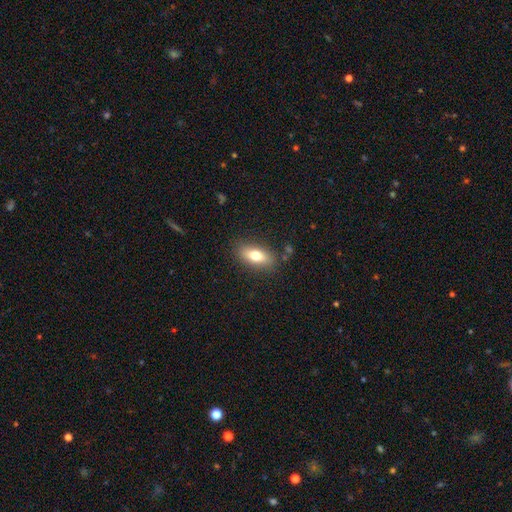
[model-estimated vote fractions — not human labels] smooth 71%, featured or disk 20%, star or artifact 8%. Down the decision tree: how rounded — in between (79%); merging — none (83%).